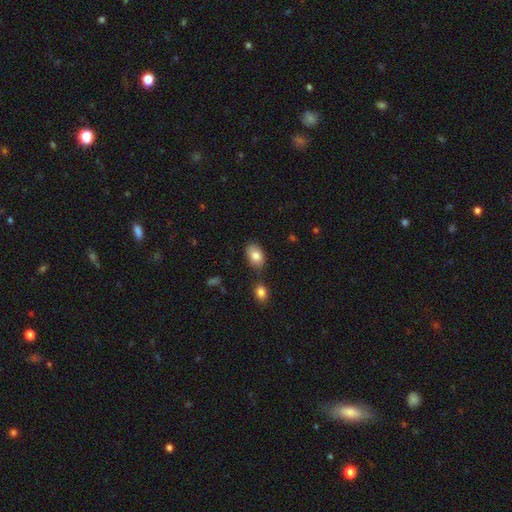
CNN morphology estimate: smooth-or-featured: smooth: 82% | featured or disk: 10% | star or artifact: 7%
  how-rounded: in between: 88% | round: 11% | cigar-shaped: 1%
  merging: none: 74% | minor disturbance: 15% | merger: 8% | major disturbance: 3%